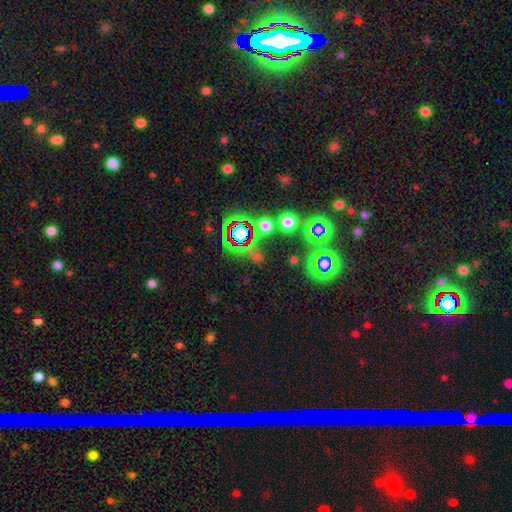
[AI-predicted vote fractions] Smooth or featured? star or artifact (58%)